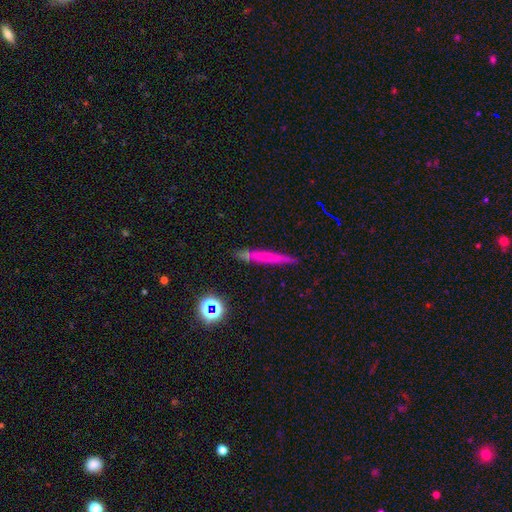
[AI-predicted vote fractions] A smooth galaxy with no disk features (59%) that is cigar-shaped (93%).

Vote fractions:
- Smooth or featured? smooth: 59% / featured or disk: 28% / star or artifact: 13%
- How rounded? cigar-shaped: 93% / in between: 4% / round: 2%
- Merging? none: 79% / minor disturbance: 13% / merger: 5% / major disturbance: 3%